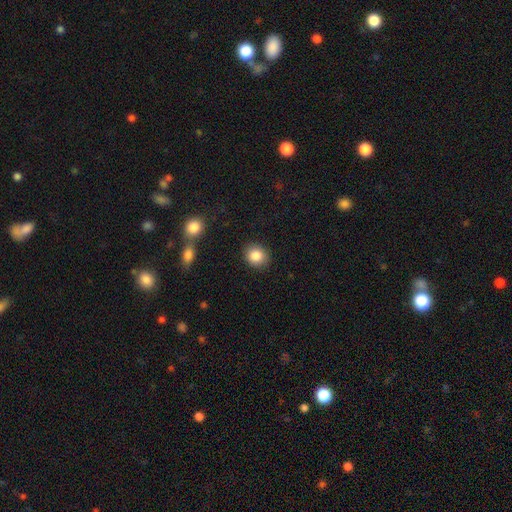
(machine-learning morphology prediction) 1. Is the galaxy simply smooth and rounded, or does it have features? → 86% smooth, 9% star or artifact, 6% featured or disk.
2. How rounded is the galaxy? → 76% round, 23% in between, 1% cigar-shaped.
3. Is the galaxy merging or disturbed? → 88% none, 8% minor disturbance, 2% major disturbance, 2% merger.